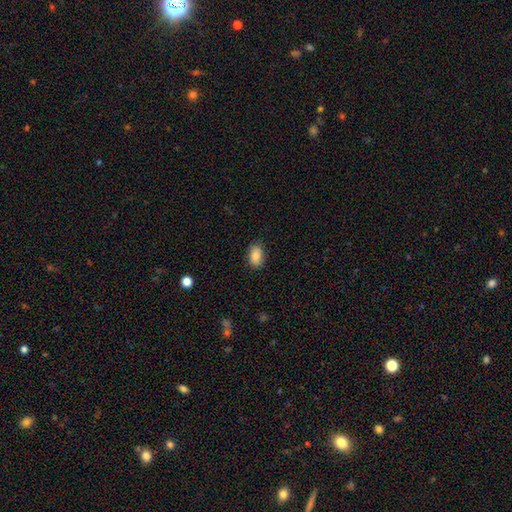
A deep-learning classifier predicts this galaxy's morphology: smooth_or_featured: smooth (p=0.85) [alt: star or artifact p=0.08]
how_rounded: in between (p=0.87) [alt: round p=0.12]
merging: none (p=0.84) [alt: minor disturbance p=0.13]